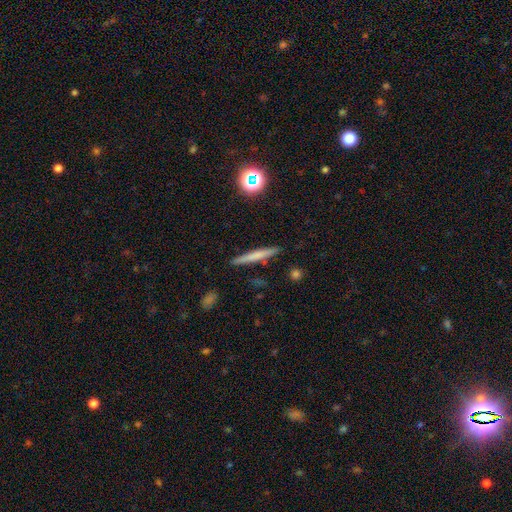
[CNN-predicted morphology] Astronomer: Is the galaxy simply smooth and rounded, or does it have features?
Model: smooth — 60%.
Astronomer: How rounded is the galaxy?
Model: cigar-shaped — 95%.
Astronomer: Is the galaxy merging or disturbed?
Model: none — 90%.